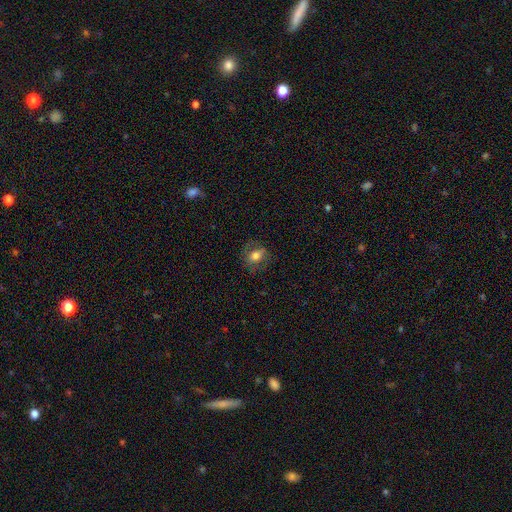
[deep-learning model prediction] A smooth galaxy with no disk features (61%) that is in between round and cigar-shaped (51%). Merging: none (75%).